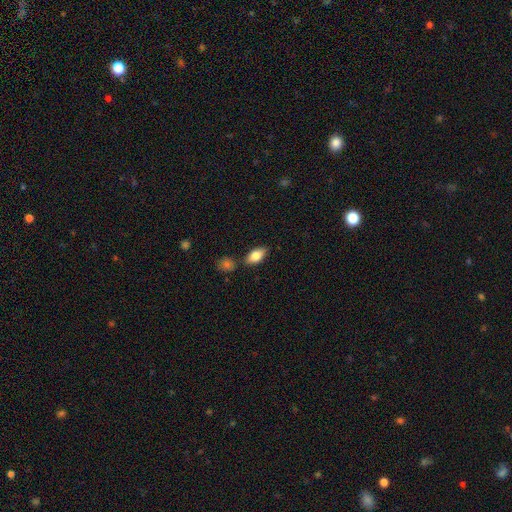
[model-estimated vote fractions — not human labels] smooth_or_featured: smooth (p=0.77) [alt: featured or disk p=0.16]
how_rounded: in between (p=0.88) [alt: cigar-shaped p=0.08]
merging: none (p=0.78) [alt: minor disturbance p=0.12]